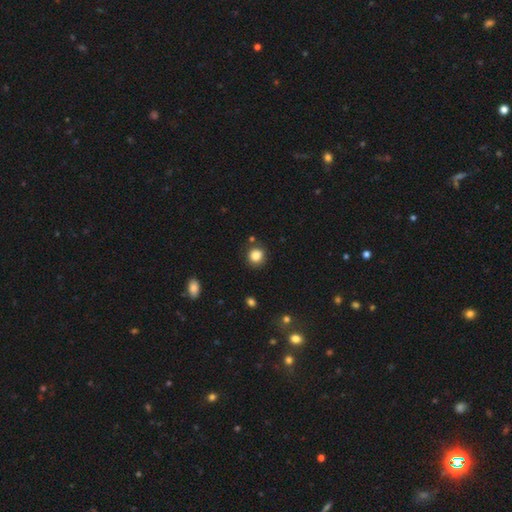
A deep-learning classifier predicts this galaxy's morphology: Smooth or featured? smooth (84%)
How rounded? round (87%)
Merging? none (84%)